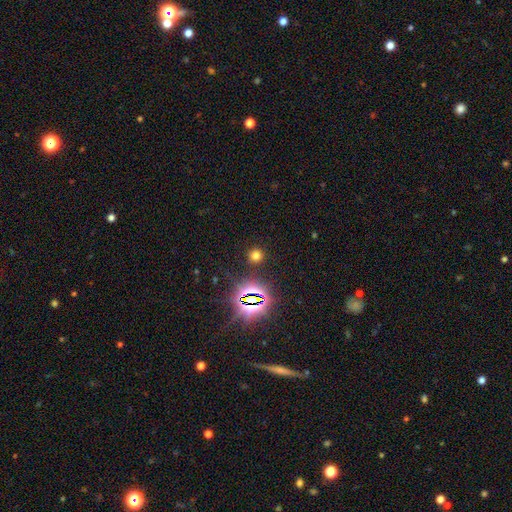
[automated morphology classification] A smooth galaxy with no disk features (64%) that is round (91%).

Vote fractions:
- Smooth or featured? smooth: 64% / star or artifact: 30% / featured or disk: 6%
- How rounded? round: 91% / in between: 8% / cigar-shaped: 1%
- Merging? none: 88% / minor disturbance: 6% / major disturbance: 3% / merger: 2%